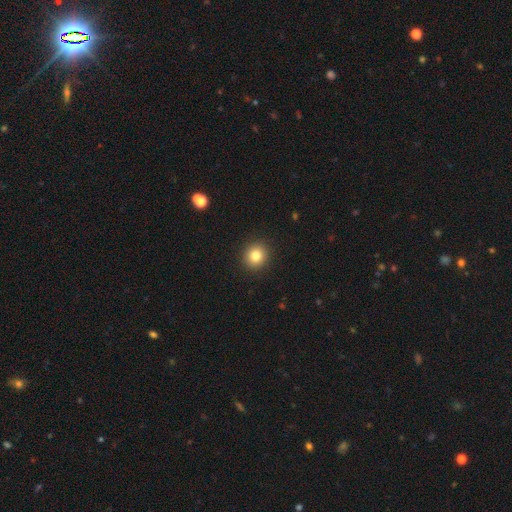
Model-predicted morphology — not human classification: Smooth or featured? smooth (83%)
How rounded? round (85%)
Merging? none (91%)